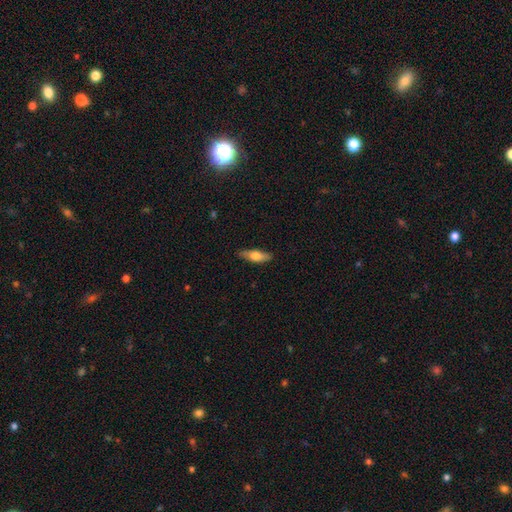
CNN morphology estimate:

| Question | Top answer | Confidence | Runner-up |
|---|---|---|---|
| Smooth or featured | smooth | 61% | featured or disk (33%) |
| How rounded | cigar-shaped | 51% | in between (47%) |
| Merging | none | 86% | minor disturbance (11%) |